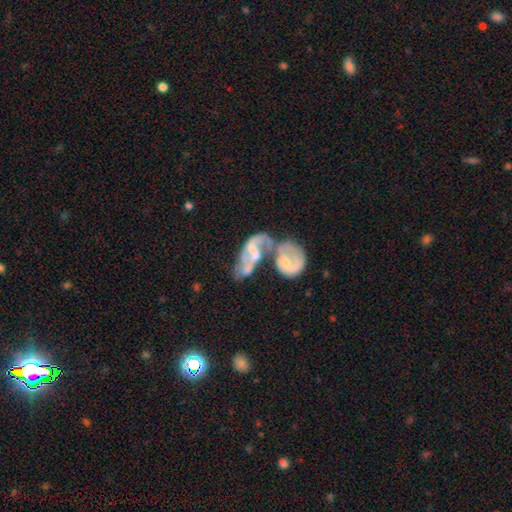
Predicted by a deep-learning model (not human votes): Smooth or featured? featured or disk (68%)
Edge-on disk? no (96%)
Bar? no (51%)
Spiral arms? yes (60%)
Bulge size? small (35%)
Merging? merger (70%)